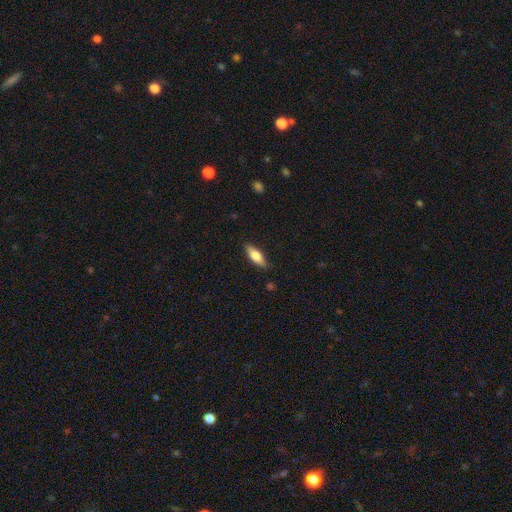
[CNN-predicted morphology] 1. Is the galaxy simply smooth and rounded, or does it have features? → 73% smooth, 20% featured or disk, 6% star or artifact.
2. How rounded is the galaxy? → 66% in between, 31% cigar-shaped, 2% round.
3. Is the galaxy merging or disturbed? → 85% none, 12% minor disturbance, 2% major disturbance, 1% merger.